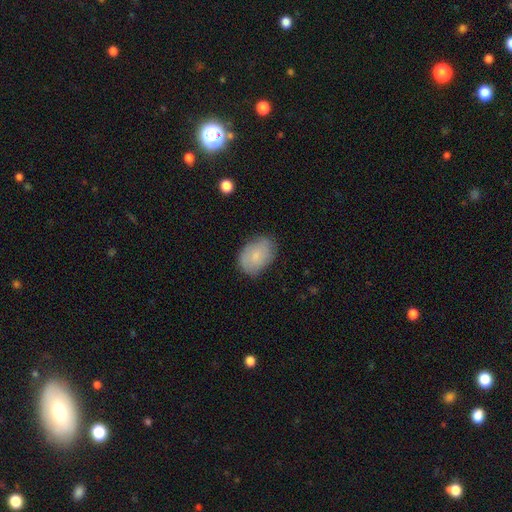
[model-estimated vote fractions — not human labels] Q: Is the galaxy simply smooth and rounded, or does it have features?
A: smooth — 74%.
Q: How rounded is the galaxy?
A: in between — 83%.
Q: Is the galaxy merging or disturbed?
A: none — 73%.